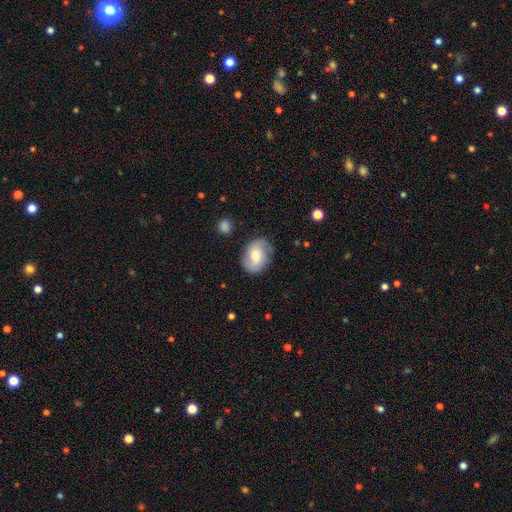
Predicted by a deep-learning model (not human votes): Smooth or featured?
  - featured or disk: 55% *
  - smooth: 38%
  - star or artifact: 7%
Edge-on disk?
  - no: 97% *
  - yes: 3%
Bar?
  - no: 45% *
  - weak: 43%
  - strong: 12%
Spiral arms?
  - yes: 86% *
  - no: 14%
Bulge size?
  - moderate: 61% *
  - small: 27%
  - large: 8%
  - none: 2%
  - dominant: 1%
Merging?
  - none: 81% *
  - minor disturbance: 13%
  - major disturbance: 4%
  - merger: 2%